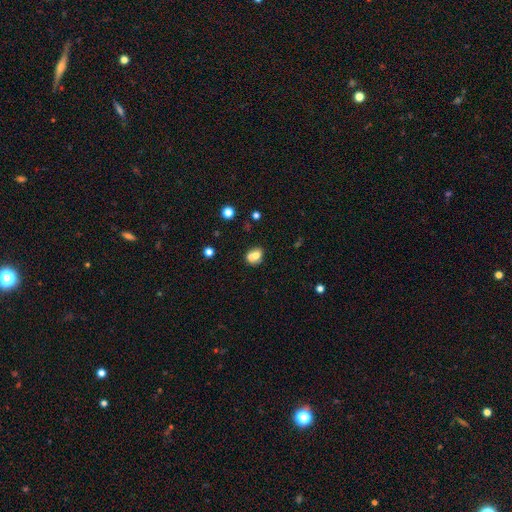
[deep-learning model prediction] Smooth or featured?
  - smooth: 67% *
  - featured or disk: 22%
  - star or artifact: 11%
How rounded?
  - round: 50% *
  - in between: 49%
  - cigar-shaped: 1%
Merging?
  - merger: 47% *
  - none: 37%
  - minor disturbance: 11%
  - major disturbance: 4%